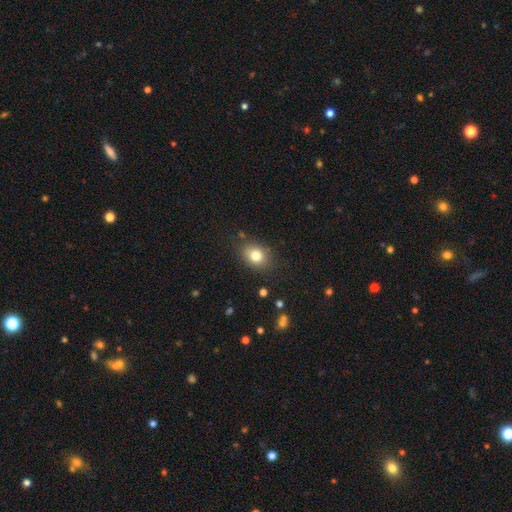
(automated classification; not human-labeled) Smooth or featured: smooth — 79% (star or artifact — 11%)
How rounded: in between — 53% (round — 46%)
Merging: none — 81% (minor disturbance — 13%)